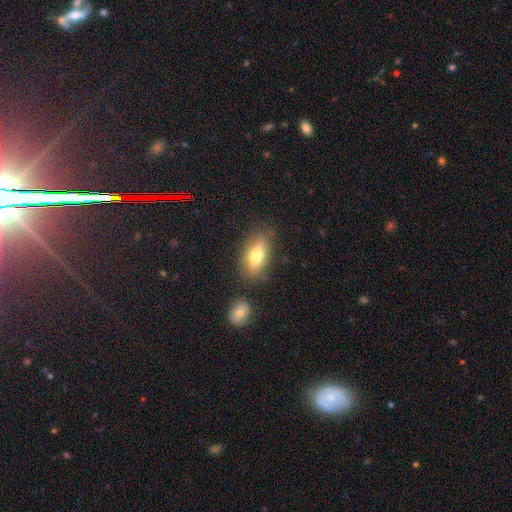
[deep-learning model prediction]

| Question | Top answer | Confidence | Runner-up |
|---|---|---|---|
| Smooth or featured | smooth | 74% | featured or disk (18%) |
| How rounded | in between | 86% | cigar-shaped (8%) |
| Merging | none | 75% | minor disturbance (15%) |